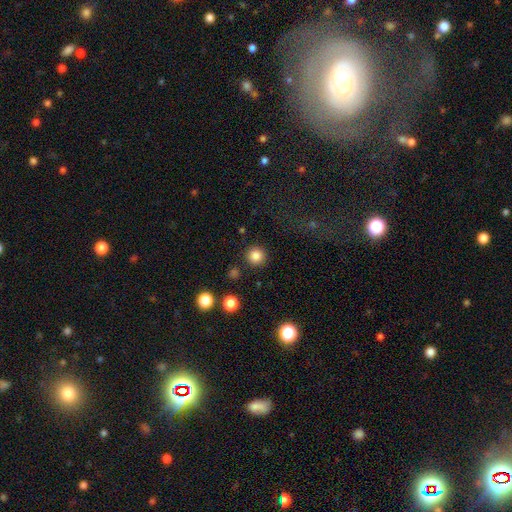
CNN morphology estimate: A smooth galaxy with no disk features (85%) that is round (94%).

Vote fractions:
- Smooth or featured? smooth: 85% / star or artifact: 11% / featured or disk: 4%
- How rounded? round: 94% / in between: 5% / cigar-shaped: 1%
- Merging? none: 89% / minor disturbance: 6% / major disturbance: 3% / merger: 2%